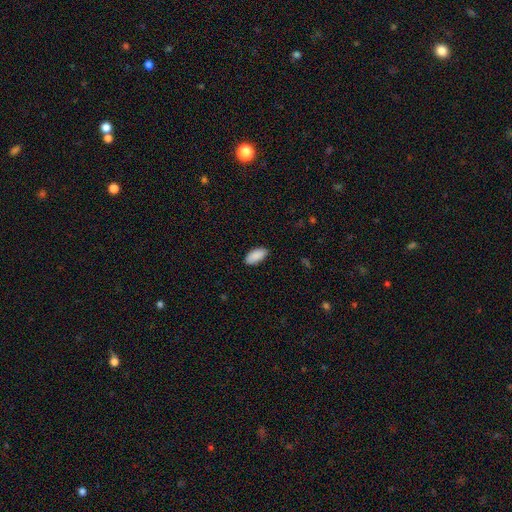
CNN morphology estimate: Smooth or featured? Predicted: smooth (p=0.90). How rounded? Predicted: in between (p=0.93). Merging? Predicted: none (p=0.86).